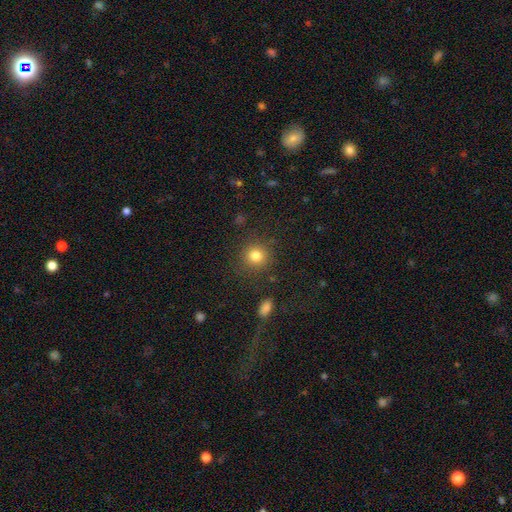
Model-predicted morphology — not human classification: smooth 81%, star or artifact 13%, featured or disk 6%. Down the decision tree: how rounded — round (91%); merging — none (87%).